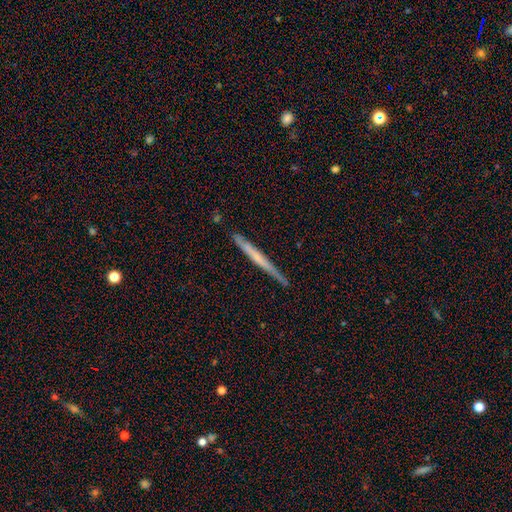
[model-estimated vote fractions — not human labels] Smooth or featured? Predicted: featured or disk (p=0.51). Edge-on disk? Predicted: yes (p=0.97). Merging? Predicted: none (p=0.88).